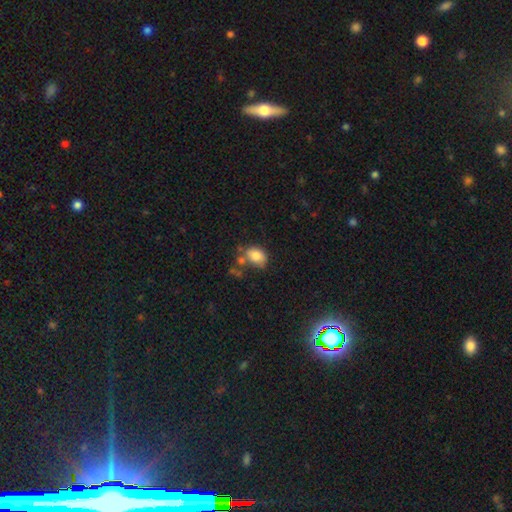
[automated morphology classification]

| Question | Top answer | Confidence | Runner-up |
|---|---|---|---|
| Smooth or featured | smooth | 81% | featured or disk (10%) |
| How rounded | in between | 71% | round (28%) |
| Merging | none | 52% | minor disturbance (23%) |